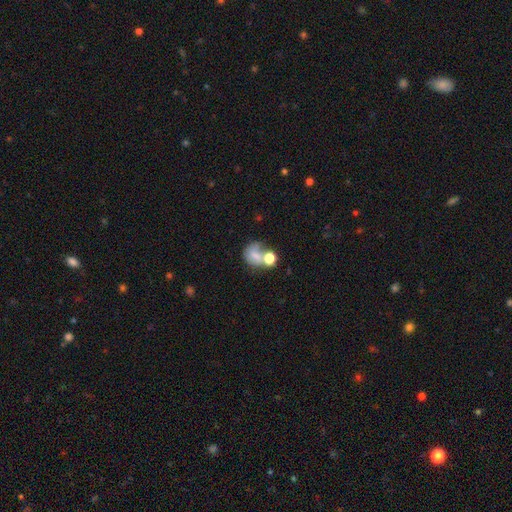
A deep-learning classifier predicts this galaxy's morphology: smooth_or_featured: smooth (p=0.62) [alt: featured or disk p=0.24]
how_rounded: round (p=0.54) [alt: in between p=0.44]
merging: merger (p=0.43) [alt: none p=0.26]